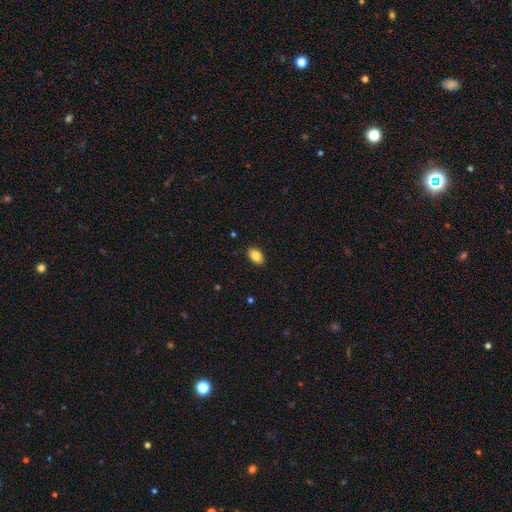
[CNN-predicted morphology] smooth-or-featured: smooth: 85% | star or artifact: 8% | featured or disk: 7%
  how-rounded: in between: 88% | round: 11% | cigar-shaped: 1%
  merging: none: 89% | minor disturbance: 8% | major disturbance: 2% | merger: 1%